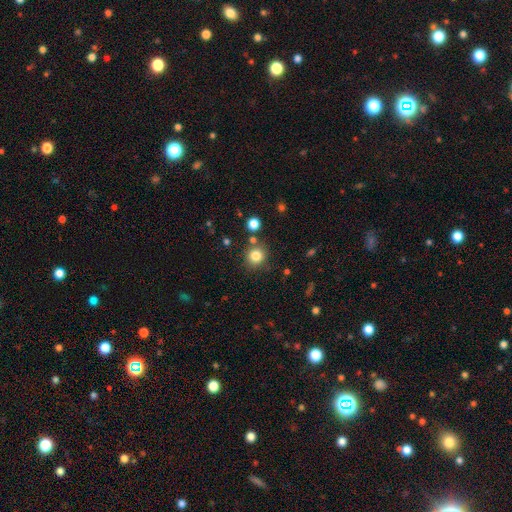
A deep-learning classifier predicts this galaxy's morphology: Q: Smooth or featured?
A: smooth (81%); runner-up: star or artifact (13%)
Q: How rounded?
A: round (87%); runner-up: in between (12%)
Q: Merging?
A: none (78%); runner-up: minor disturbance (9%)